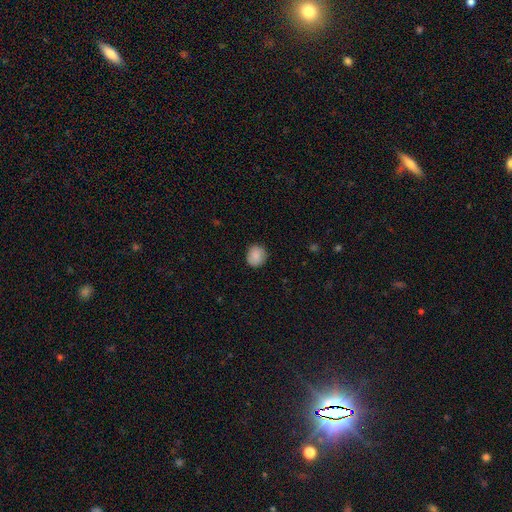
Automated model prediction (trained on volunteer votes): Q: Smooth or featured?
A: smooth (87%); runner-up: star or artifact (8%)
Q: How rounded?
A: round (82%); runner-up: in between (17%)
Q: Merging?
A: none (88%); runner-up: minor disturbance (9%)